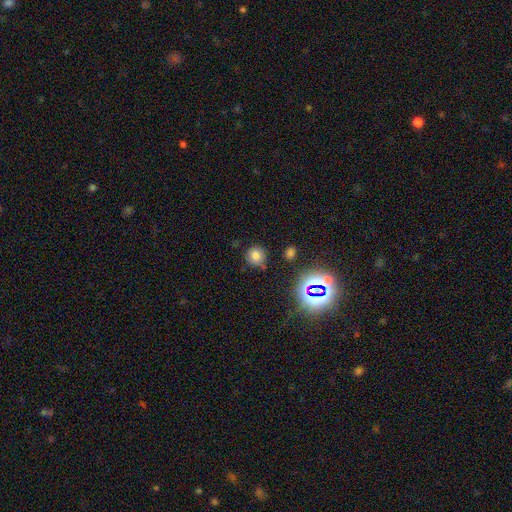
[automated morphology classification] Smooth or featured? smooth (73%)
How rounded? round (90%)
Merging? none (79%)